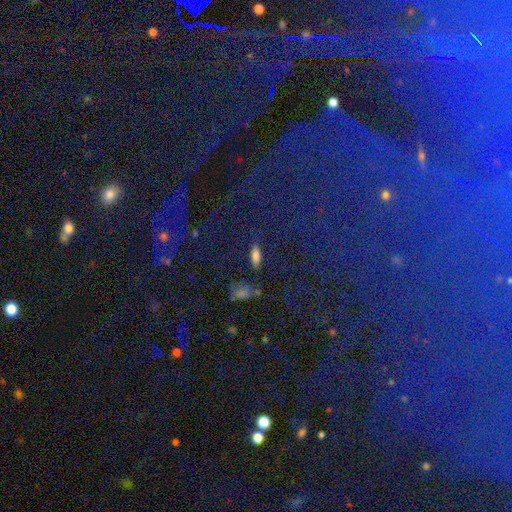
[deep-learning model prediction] The model was most divided on "how rounded": in between: 61%, cigar-shaped: 35%, round: 4%. More confident: merging — none (84%); smooth or featured — smooth (75%).